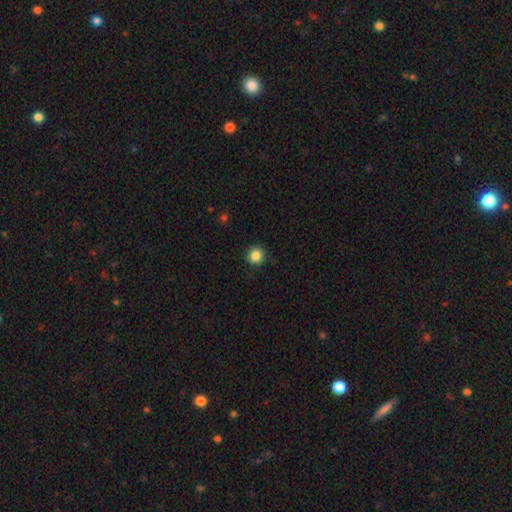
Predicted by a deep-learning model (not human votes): This is clearly a smooth galaxy (86%). How rounded: clearly round (92%). Merging: clearly none (91%).